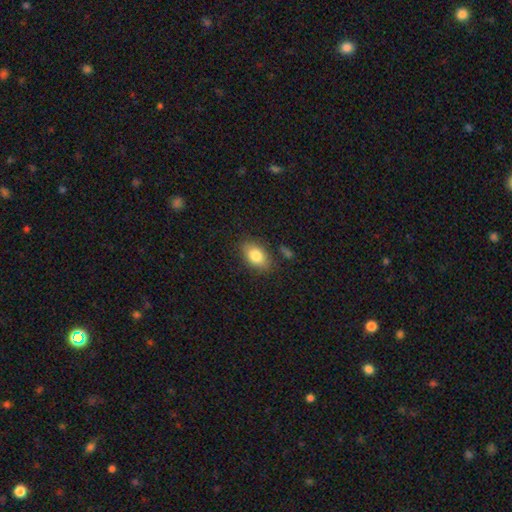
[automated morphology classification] Smooth or featured? smooth (81%)
How rounded? in between (89%)
Merging? none (81%)